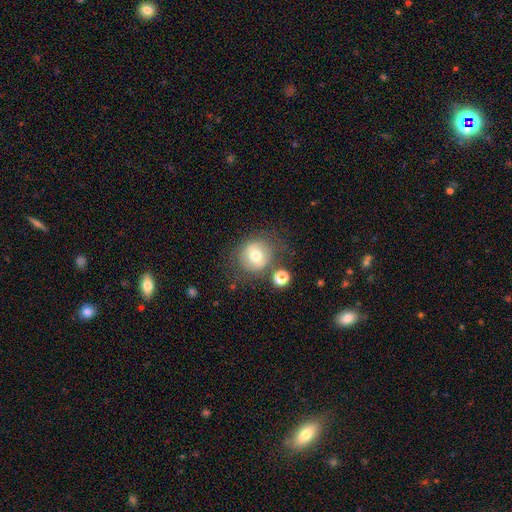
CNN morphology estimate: This is likely a smooth galaxy (63%). How rounded: clearly round (88%). Merging: likely none (69%).